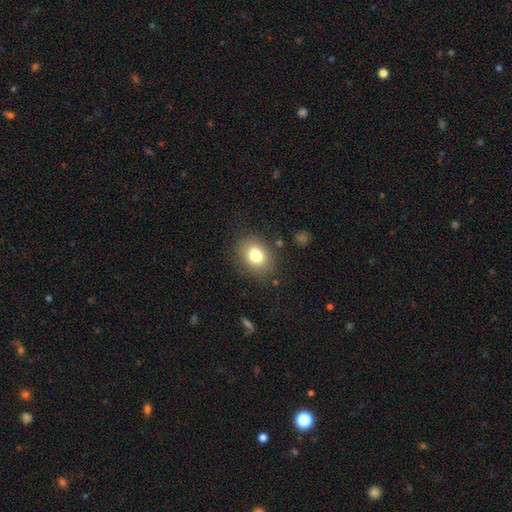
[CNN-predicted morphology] Overall: smooth (79%). How rounded: in between (58%; round 41%). Merging: none (82%).